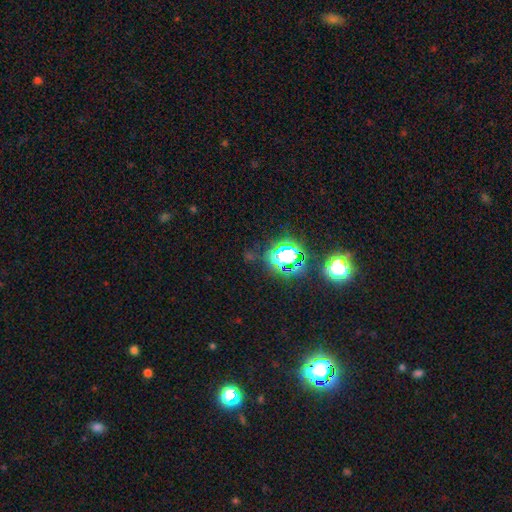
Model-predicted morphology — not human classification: Smooth or featured: star or artifact — 76% (smooth — 17%)